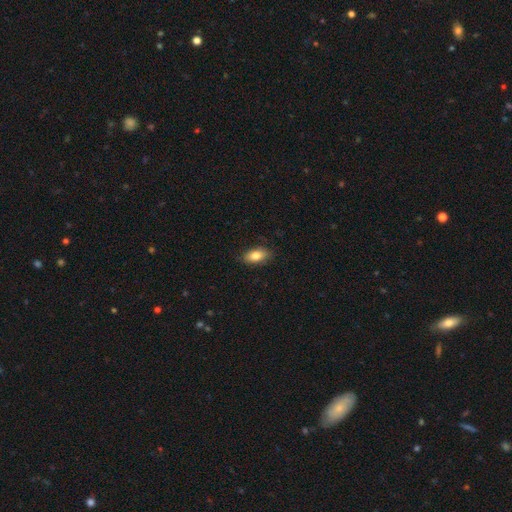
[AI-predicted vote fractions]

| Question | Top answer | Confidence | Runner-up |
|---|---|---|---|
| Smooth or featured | smooth | 82% | featured or disk (11%) |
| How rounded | in between | 88% | cigar-shaped (6%) |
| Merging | none | 84% | minor disturbance (13%) |